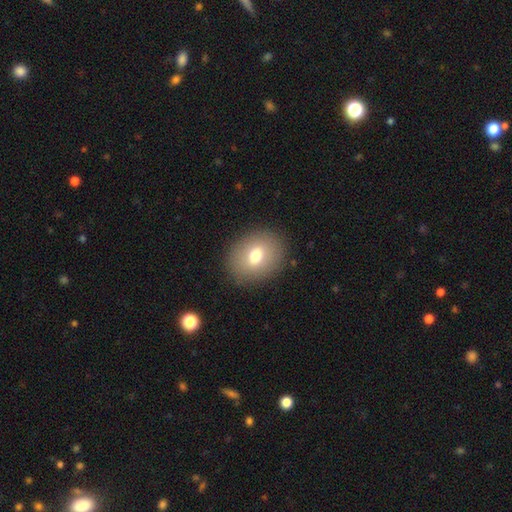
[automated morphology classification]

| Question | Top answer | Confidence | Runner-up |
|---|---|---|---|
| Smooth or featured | smooth | 72% | featured or disk (18%) |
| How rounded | in between | 54% | round (45%) |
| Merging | none | 87% | minor disturbance (8%) |